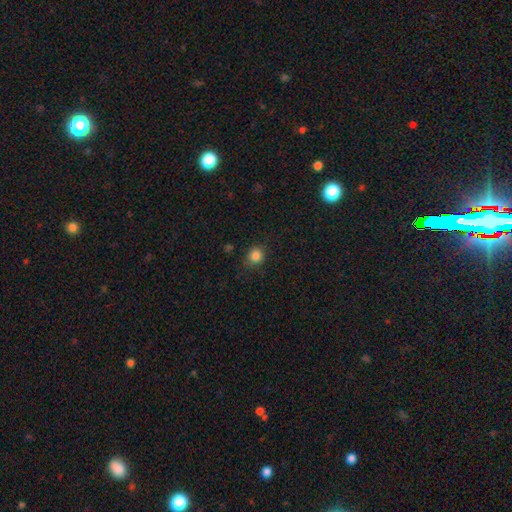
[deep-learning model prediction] Q: Smooth or featured?
A: smooth (84%); runner-up: star or artifact (12%)
Q: How rounded?
A: round (87%); runner-up: in between (12%)
Q: Merging?
A: none (83%); runner-up: minor disturbance (12%)